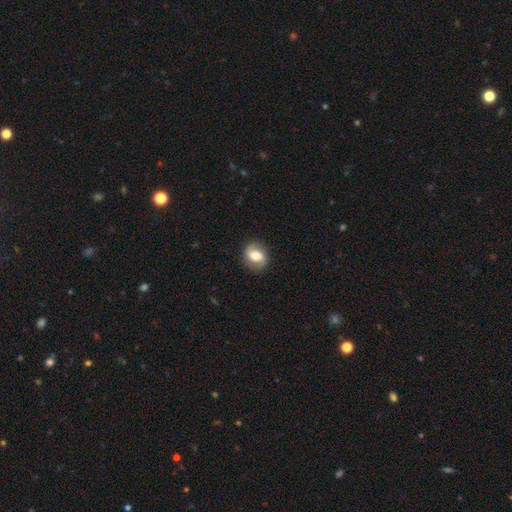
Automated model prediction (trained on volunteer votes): The model was most divided on "how rounded": round: 53%, in between: 46%, cigar-shaped: 1%. More confident: merging — none (84%); smooth or featured — smooth (51%).